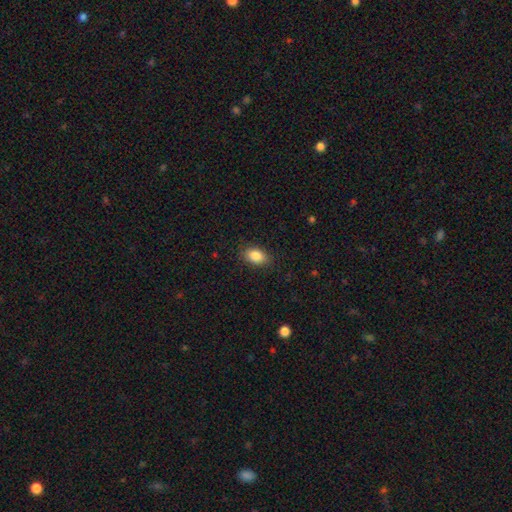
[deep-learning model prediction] Smooth or featured? Predicted: smooth (p=0.87). How rounded? Predicted: in between (p=0.88). Merging? Predicted: none (p=0.87).